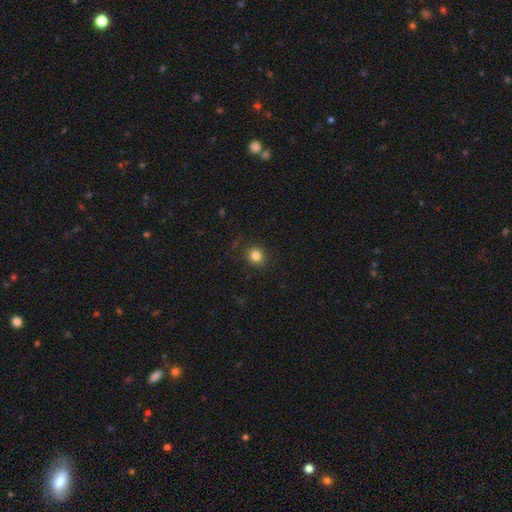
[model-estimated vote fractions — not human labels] Smooth or featured? Predicted: smooth (p=0.83). How rounded? Predicted: round (p=0.85). Merging? Predicted: none (p=0.87).